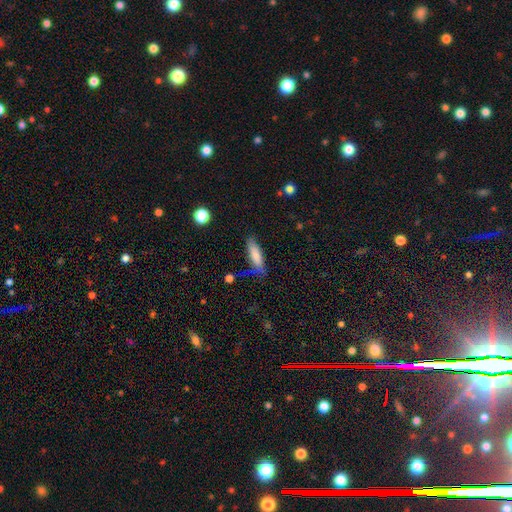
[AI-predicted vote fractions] Smooth or featured?
  - smooth: 79% *
  - featured or disk: 14%
  - star or artifact: 7%
How rounded?
  - cigar-shaped: 57% *
  - in between: 41%
  - round: 2%
Merging?
  - none: 59% *
  - minor disturbance: 27%
  - major disturbance: 10%
  - merger: 4%